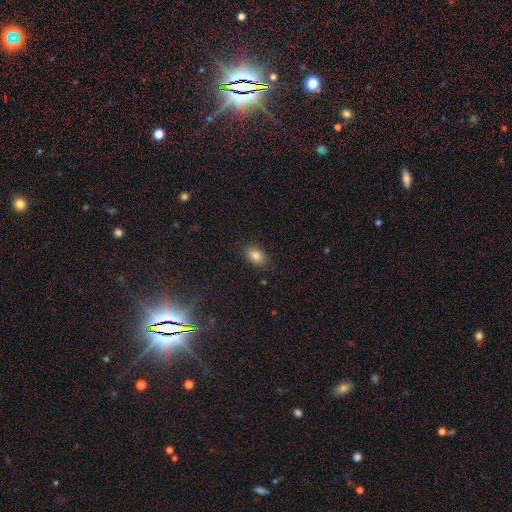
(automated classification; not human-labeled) Smooth or featured? Predicted: smooth (p=0.83). How rounded? Predicted: in between (p=0.85). Merging? Predicted: none (p=0.86).